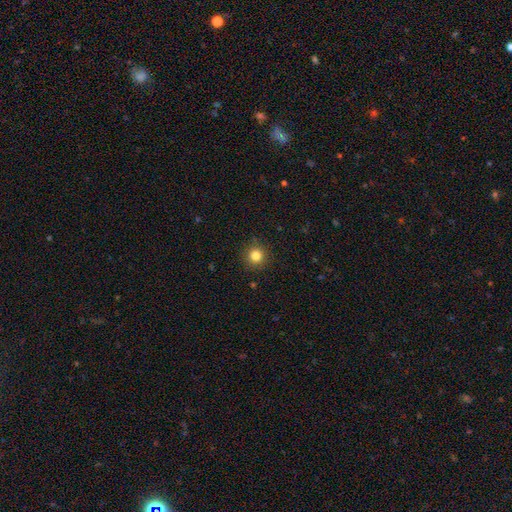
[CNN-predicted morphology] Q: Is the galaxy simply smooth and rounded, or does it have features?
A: smooth — 83%.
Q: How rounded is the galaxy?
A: round — 93%.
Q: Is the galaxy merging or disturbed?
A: none — 91%.